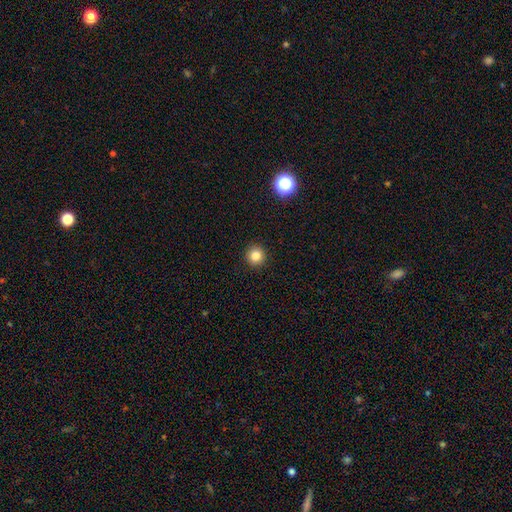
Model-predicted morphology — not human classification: Q: Smooth or featured?
A: smooth (82%); runner-up: star or artifact (12%)
Q: How rounded?
A: round (94%); runner-up: in between (5%)
Q: Merging?
A: none (93%); runner-up: minor disturbance (5%)